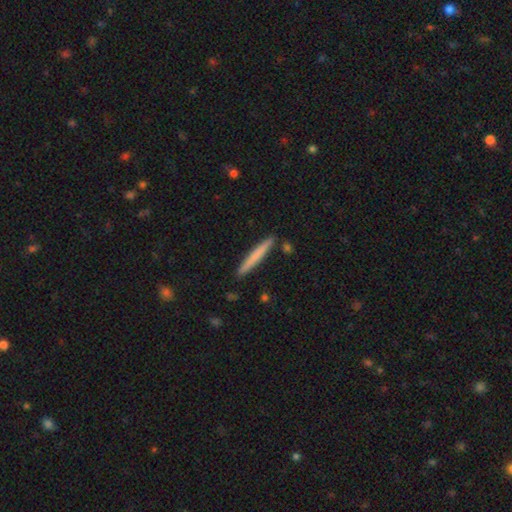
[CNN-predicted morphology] Smooth or featured? Predicted: smooth (p=0.69). How rounded? Predicted: cigar-shaped (p=0.97). Merging? Predicted: none (p=0.90).